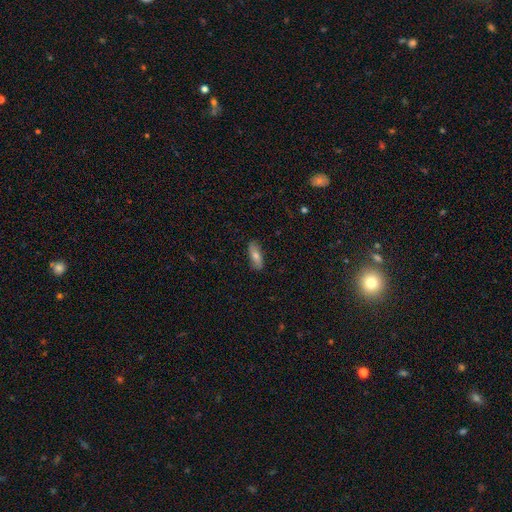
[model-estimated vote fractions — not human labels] A smooth galaxy with no disk features (62%) that is in between round and cigar-shaped (65%). Merging: none (84%).